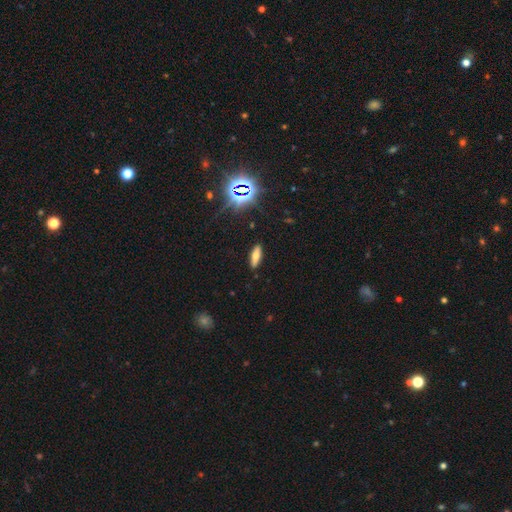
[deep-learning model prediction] Smooth or featured?
  - smooth: 58% *
  - featured or disk: 25%
  - star or artifact: 18%
How rounded?
  - in between: 51% *
  - cigar-shaped: 45%
  - round: 3%
Merging?
  - none: 89% *
  - minor disturbance: 8%
  - major disturbance: 2%
  - merger: 1%